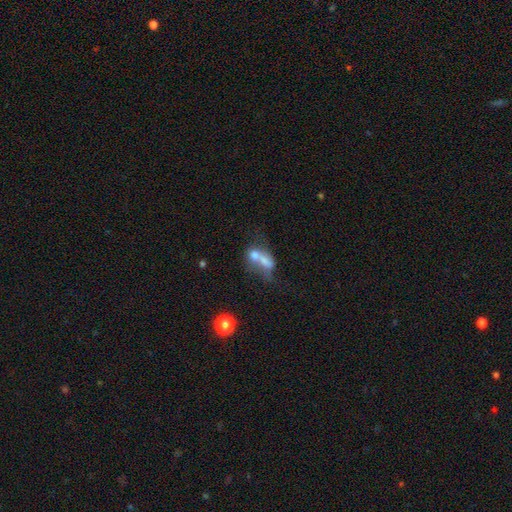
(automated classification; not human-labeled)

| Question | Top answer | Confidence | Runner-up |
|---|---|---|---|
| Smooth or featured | smooth | 53% | featured or disk (34%) |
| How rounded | in between | 68% | round (20%) |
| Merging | merger | 62% | none (17%) |